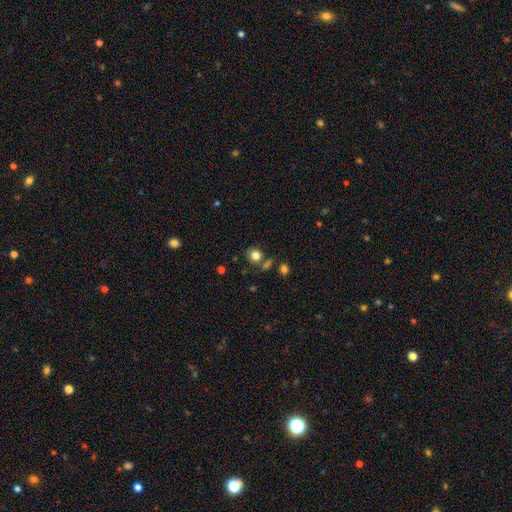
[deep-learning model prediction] This is clearly a smooth galaxy (81%). How rounded: likely round (79%). Merging: likely none (72%).